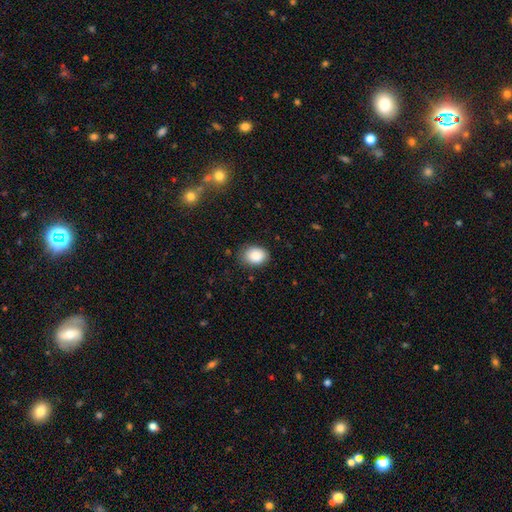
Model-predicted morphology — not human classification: The model was most divided on "how rounded": in between: 66%, round: 33%, cigar-shaped: 1%. More confident: smooth or featured — smooth (87%); merging — none (80%).